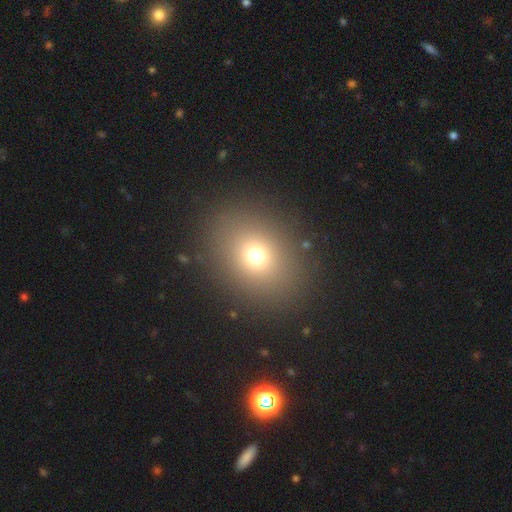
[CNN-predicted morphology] This is likely a smooth galaxy (72%). How rounded: possibly round (53%). Merging: clearly none (87%).